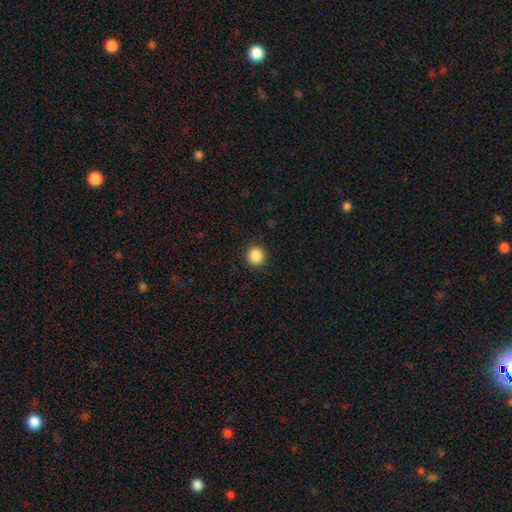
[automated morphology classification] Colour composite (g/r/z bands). It shows a smooth galaxy with no disk features (88%) that is round (89%). Merging: none (92%).